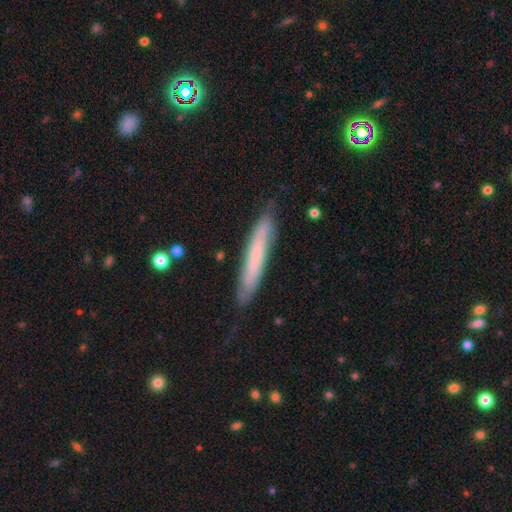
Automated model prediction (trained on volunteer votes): smooth-or-featured: smooth: 52% | featured or disk: 41% | star or artifact: 7%
  how-rounded: cigar-shaped: 94% | in between: 5% | round: 1%
  merging: none: 78% | minor disturbance: 17% | major disturbance: 3% | merger: 2%